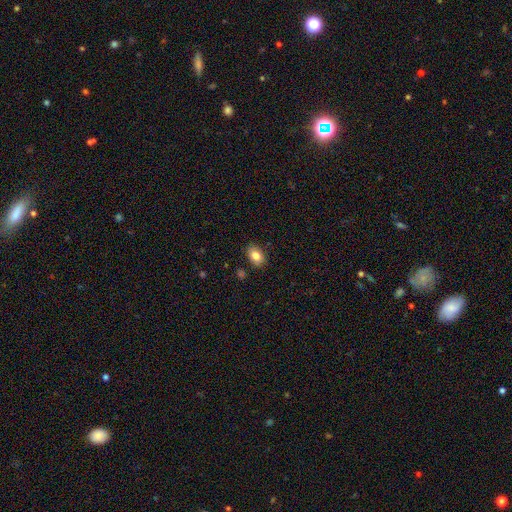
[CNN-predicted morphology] Overall: smooth (83%). How rounded: in between (83%). Merging: none (85%).